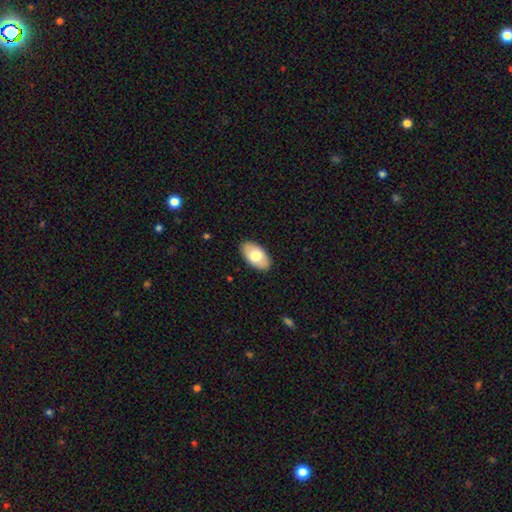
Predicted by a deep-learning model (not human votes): Smooth or featured: smooth — 74% (featured or disk — 21%)
How rounded: in between — 95% (round — 3%)
Merging: none — 88% (minor disturbance — 9%)